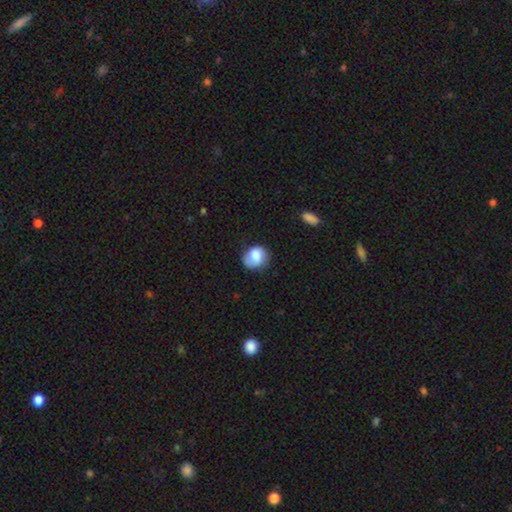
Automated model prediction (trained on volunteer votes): Q: Smooth or featured?
A: smooth (78%); runner-up: featured or disk (14%)
Q: How rounded?
A: round (63%); runner-up: in between (36%)
Q: Merging?
A: none (66%); runner-up: minor disturbance (25%)